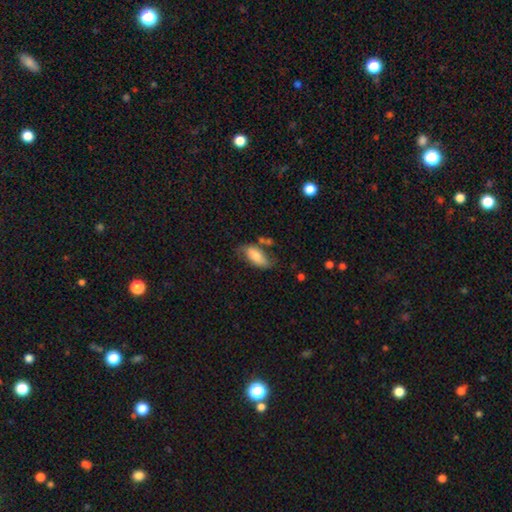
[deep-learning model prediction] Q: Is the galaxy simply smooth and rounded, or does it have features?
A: smooth — 68%.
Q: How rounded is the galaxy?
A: in between — 88%.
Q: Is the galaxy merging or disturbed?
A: none — 52%.